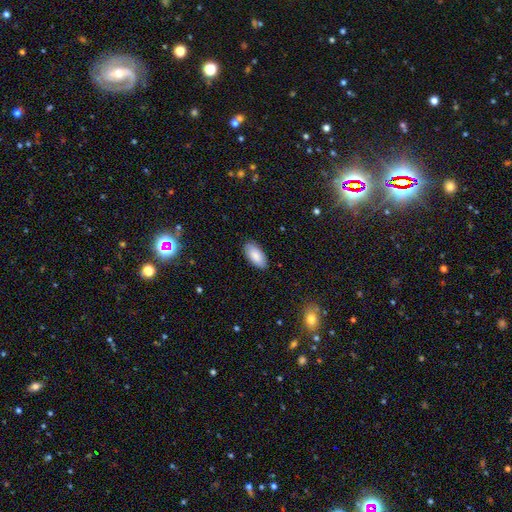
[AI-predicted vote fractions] smooth_or_featured: smooth (p=0.87) [alt: featured or disk p=0.07]
how_rounded: in between (p=0.93) [alt: cigar-shaped p=0.05]
merging: none (p=0.87) [alt: minor disturbance p=0.10]